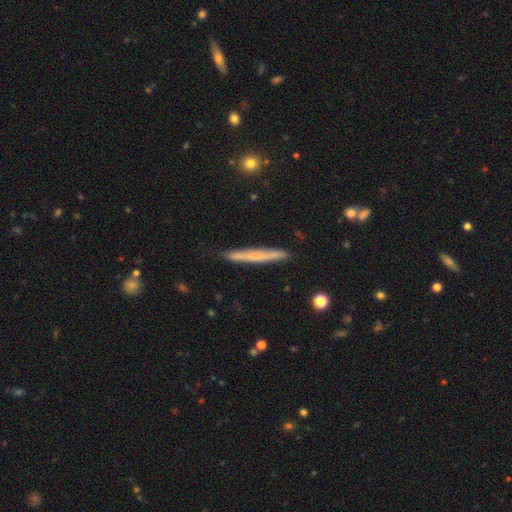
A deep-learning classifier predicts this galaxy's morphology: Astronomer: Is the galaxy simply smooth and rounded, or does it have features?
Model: smooth — 58% (runner-up: featured or disk, 36%).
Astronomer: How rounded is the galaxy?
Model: cigar-shaped — 96%.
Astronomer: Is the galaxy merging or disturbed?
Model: none — 87%.